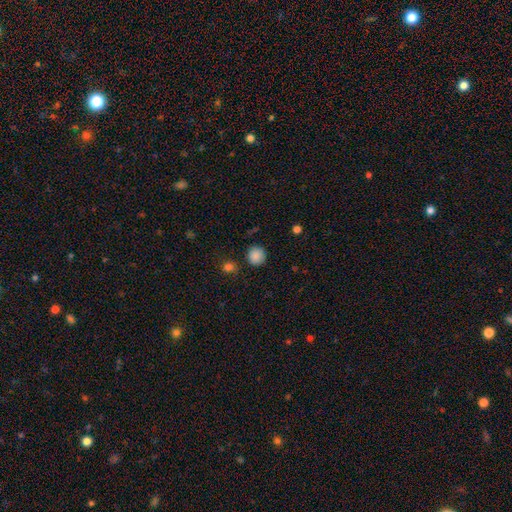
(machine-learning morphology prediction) This is clearly a smooth galaxy (87%). How rounded: clearly round (92%). Merging: clearly none (86%).